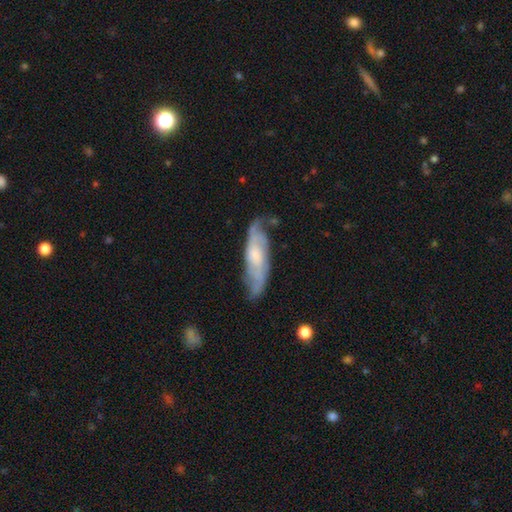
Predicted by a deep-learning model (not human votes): featured or disk 72%, smooth 22%, star or artifact 6%. Down the decision tree: edge-on disk — no (80%); bar — no (62%); spiral arms — yes (92%); spiral arm count — 2 (55%); spiral winding — medium (43%); bulge size — small (44%); merging — none (68%).